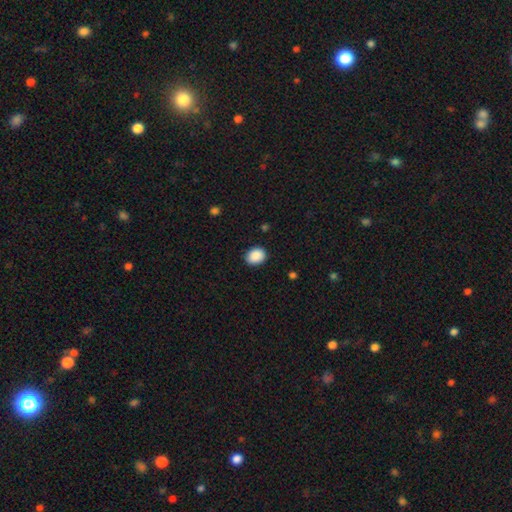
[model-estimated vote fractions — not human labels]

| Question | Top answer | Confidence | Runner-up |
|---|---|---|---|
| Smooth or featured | smooth | 90% | star or artifact (8%) |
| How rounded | in between | 53% | round (46%) |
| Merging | none | 88% | minor disturbance (9%) |